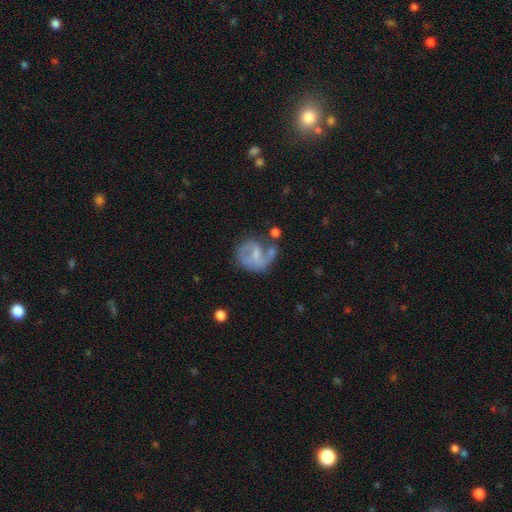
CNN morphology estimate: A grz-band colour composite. It shows a featured or disk galaxy (69%) with a weak bar (48%), 2 (57%) medium (45%) spiral arms (81%) and a small central bulge (48%). Merging: none (42%).